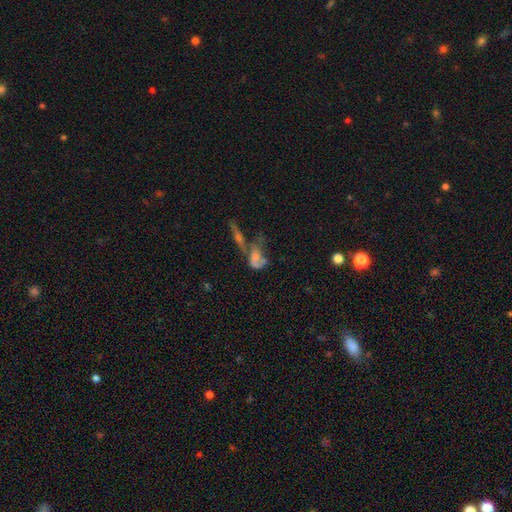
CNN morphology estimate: Overall: featured or disk (44%; smooth 34%). Merging: merger (45%; none 24%).